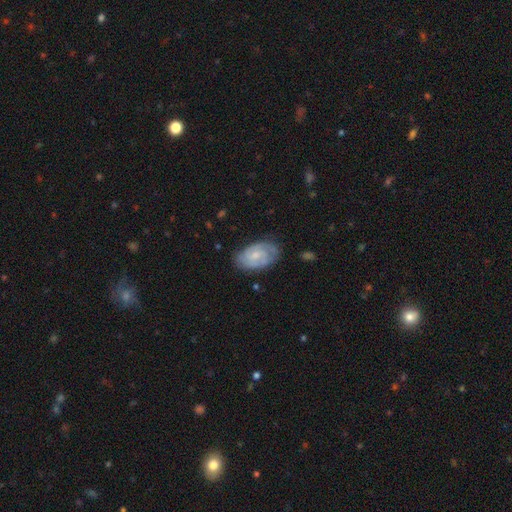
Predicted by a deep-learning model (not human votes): featured or disk 67%, smooth 27%, star or artifact 6%. Down the decision tree: edge-on disk — no (97%); bar — no (63%); spiral arms — yes (88%); spiral arm count — 2 (46%); spiral winding — tight (59%); bulge size — small (57%); merging — none (71%).